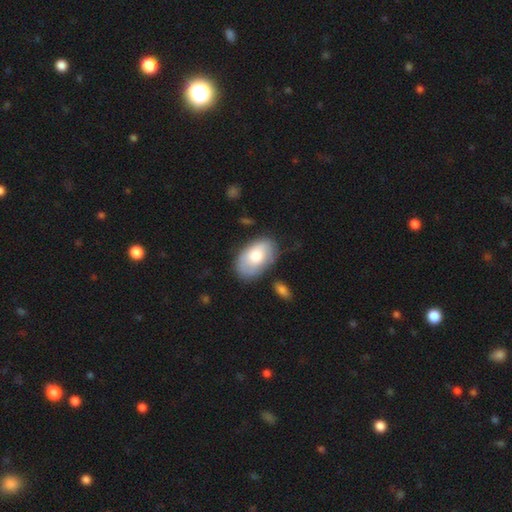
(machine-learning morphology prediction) This is likely a smooth galaxy (68%). How rounded: clearly in between (92%). Merging: likely none (68%).